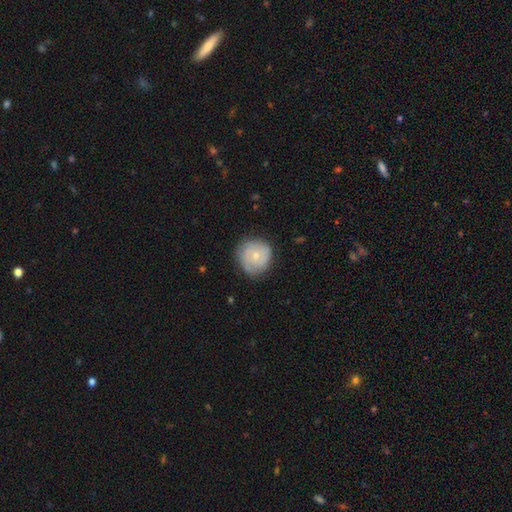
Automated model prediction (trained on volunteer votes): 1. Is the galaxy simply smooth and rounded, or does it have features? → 50% featured or disk, 43% smooth, 7% star or artifact.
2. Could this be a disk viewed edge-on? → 97% no, 3% yes.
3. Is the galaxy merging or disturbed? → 73% none, 20% minor disturbance, 6% major disturbance, 1% merger.